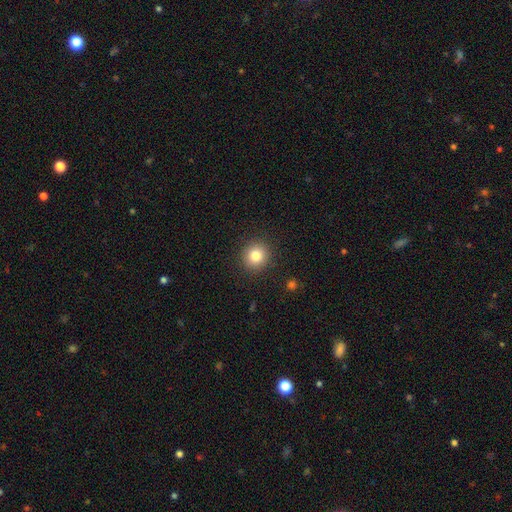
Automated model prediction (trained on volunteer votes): Smooth or featured?
  - smooth: 82% *
  - star or artifact: 11%
  - featured or disk: 7%
How rounded?
  - round: 92% *
  - in between: 7%
  - cigar-shaped: 1%
Merging?
  - none: 91% *
  - minor disturbance: 6%
  - major disturbance: 2%
  - merger: 1%